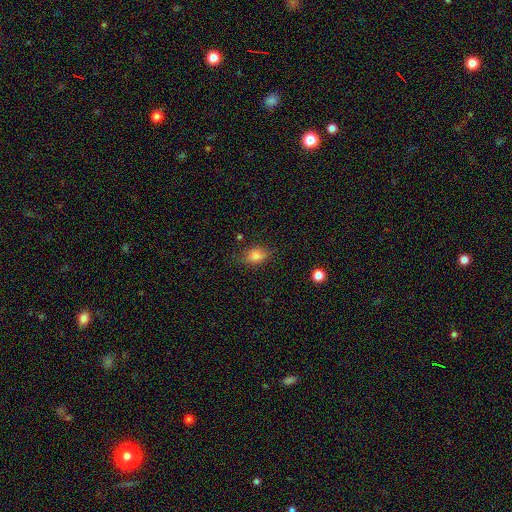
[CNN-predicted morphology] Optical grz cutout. It shows a smooth galaxy with no disk features (81%) that is in between round and cigar-shaped (79%). Merging: none (72%).